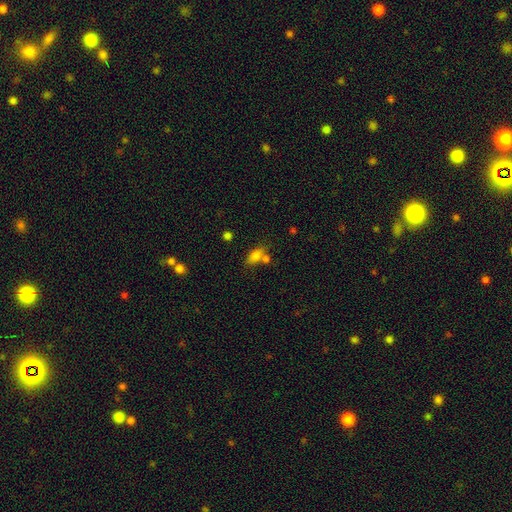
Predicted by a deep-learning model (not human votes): smooth_or_featured: smooth (p=0.76) [alt: featured or disk p=0.12]
how_rounded: in between (p=0.81) [alt: cigar-shaped p=0.10]
merging: none (p=0.51) [alt: merger p=0.27]